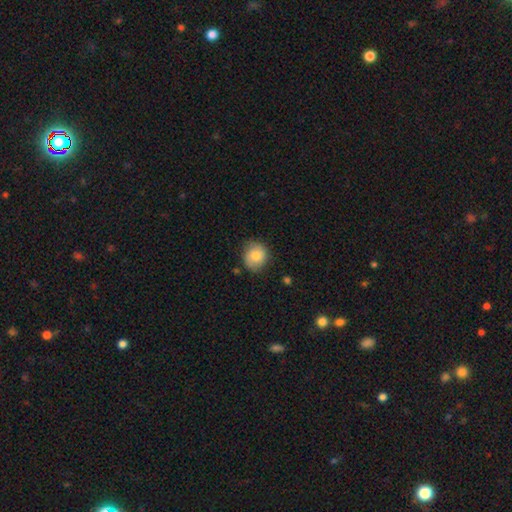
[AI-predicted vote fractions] Smooth or featured?
  - smooth: 73% *
  - featured or disk: 19%
  - star or artifact: 8%
How rounded?
  - round: 82% *
  - in between: 17%
  - cigar-shaped: 1%
Merging?
  - none: 76% *
  - minor disturbance: 18%
  - major disturbance: 4%
  - merger: 2%